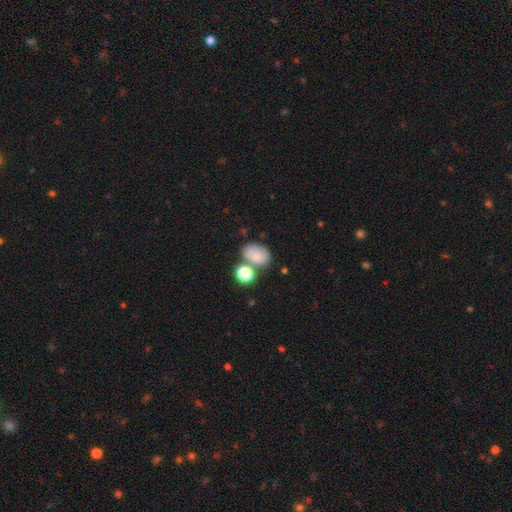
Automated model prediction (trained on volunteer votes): Smooth or featured? Predicted: smooth (p=0.76). How rounded? Predicted: in between (p=0.75). Merging? Predicted: none (p=0.53).